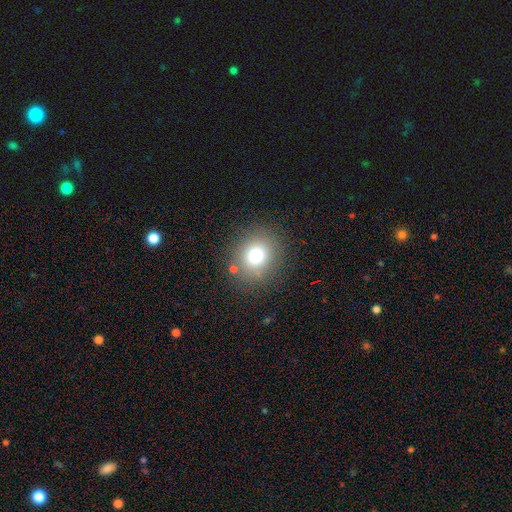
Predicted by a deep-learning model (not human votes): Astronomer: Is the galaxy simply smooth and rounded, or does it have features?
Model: smooth — 76%.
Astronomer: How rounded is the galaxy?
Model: round — 78%.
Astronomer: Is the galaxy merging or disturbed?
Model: none — 83%.